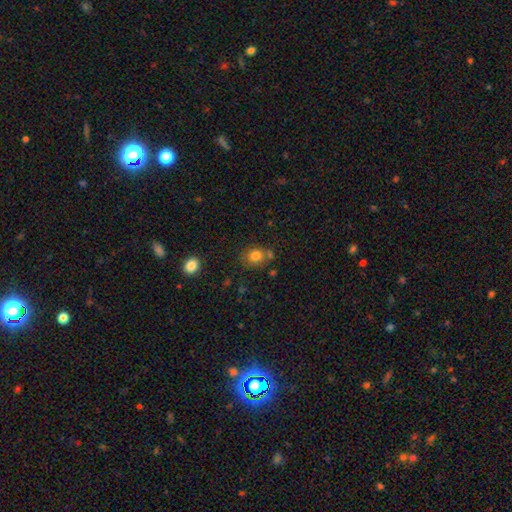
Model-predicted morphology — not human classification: This appears to be a smooth galaxy with no disk features (80%) that is round (68%). Merging: none (66%).